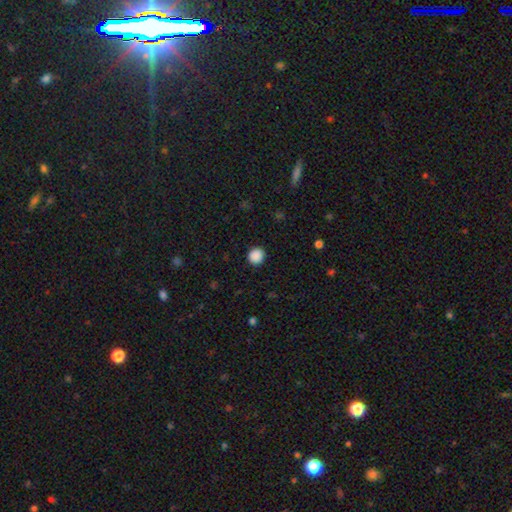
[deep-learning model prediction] A smooth galaxy with no disk features (88%) that is round (92%). Merging: none (91%).